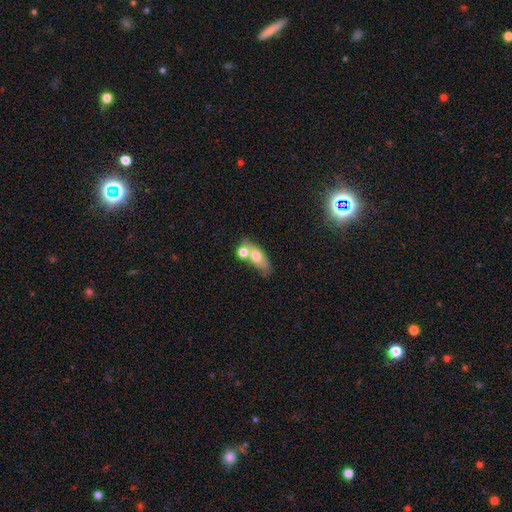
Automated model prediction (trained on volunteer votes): Smooth or featured?
  - smooth: 66% *
  - featured or disk: 26%
  - star or artifact: 8%
How rounded?
  - in between: 70% *
  - cigar-shaped: 19%
  - round: 11%
Merging?
  - merger: 41% *
  - none: 40%
  - minor disturbance: 13%
  - major disturbance: 6%